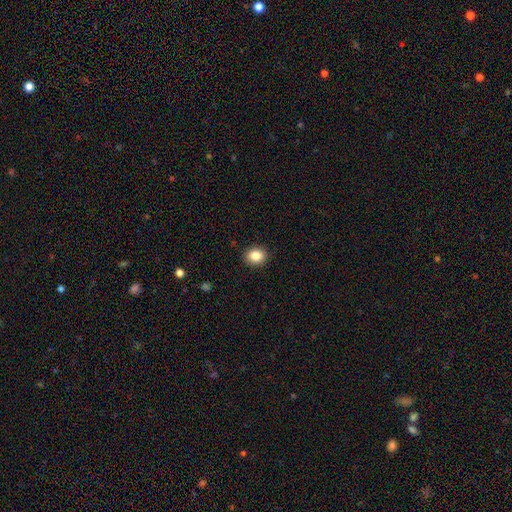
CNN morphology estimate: This is clearly a smooth galaxy (86%). How rounded: likely round (63%). Merging: clearly none (91%).